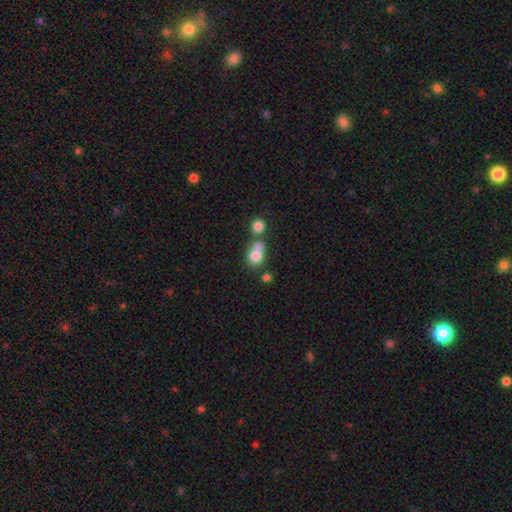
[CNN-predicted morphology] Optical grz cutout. It shows a smooth galaxy with no disk features (76%) that is round (59%). Merging: merger (53%).